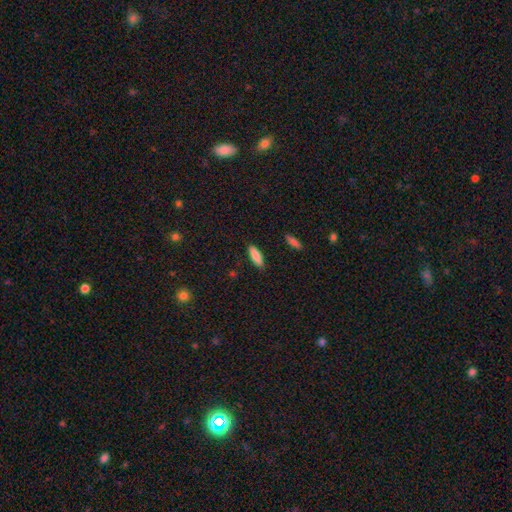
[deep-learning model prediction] Overall: smooth (86%). How rounded: cigar-shaped (52%; in between 47%). Merging: none (87%).